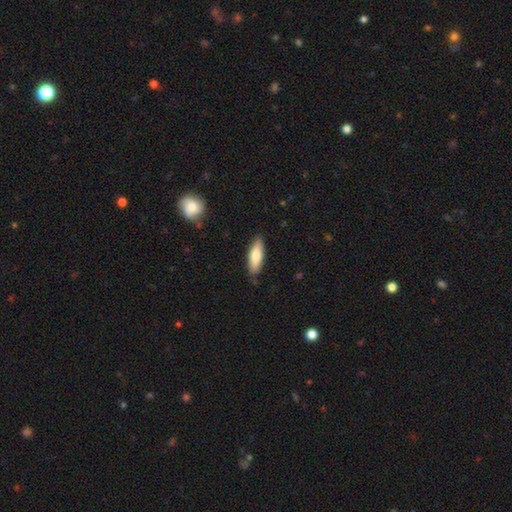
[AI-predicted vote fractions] smooth 77%, featured or disk 17%, star or artifact 6%. Down the decision tree: how rounded — in between (54%); merging — none (85%).